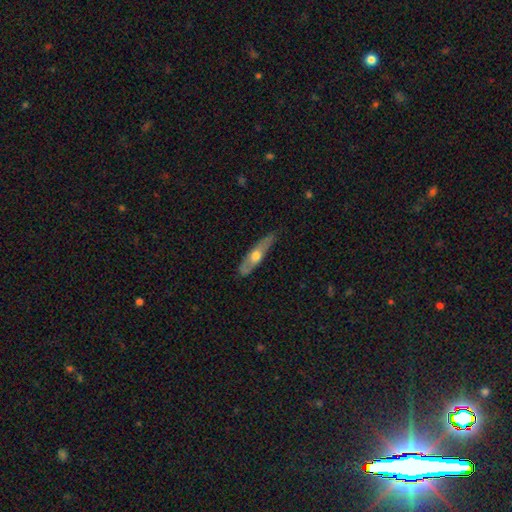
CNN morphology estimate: Smooth or featured? Predicted: featured or disk (p=0.49). Merging? Predicted: none (p=0.77).